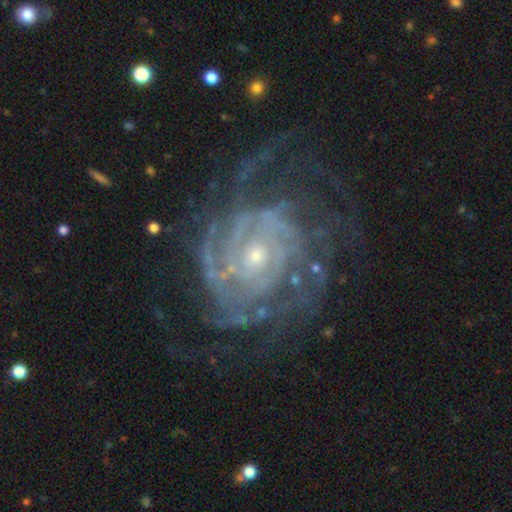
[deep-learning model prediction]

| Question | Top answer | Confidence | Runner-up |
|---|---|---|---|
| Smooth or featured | featured or disk | 90% | star or artifact (6%) |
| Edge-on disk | no | 97% | yes (3%) |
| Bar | no | 67% | weak (25%) |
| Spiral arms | yes | 97% | no (3%) |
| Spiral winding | tight | 74% | medium (21%) |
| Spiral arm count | can't tell | 31% | 2 (18%) |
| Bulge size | small | 62% | moderate (33%) |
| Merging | none | 67% | minor disturbance (17%) |